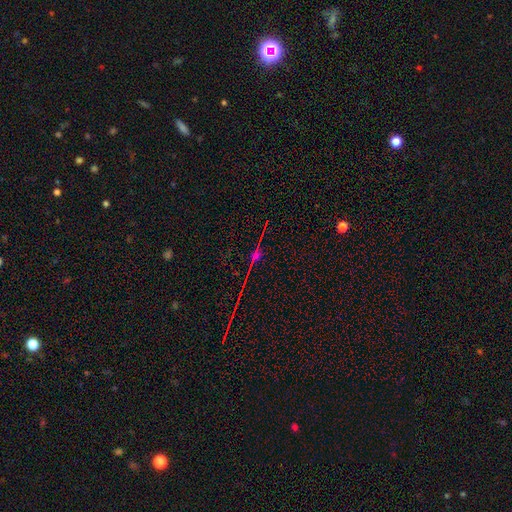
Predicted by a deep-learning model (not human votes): Overall: star or artifact (51%; featured or disk 37%).